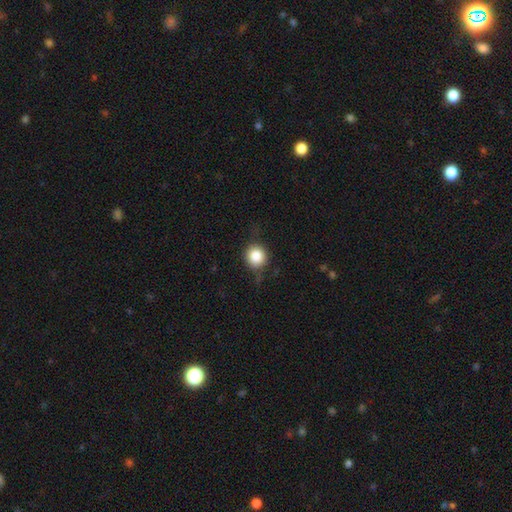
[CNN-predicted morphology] Smooth or featured: smooth — 81% (star or artifact — 10%)
How rounded: round — 91% (in between — 8%)
Merging: none — 74% (minor disturbance — 18%)